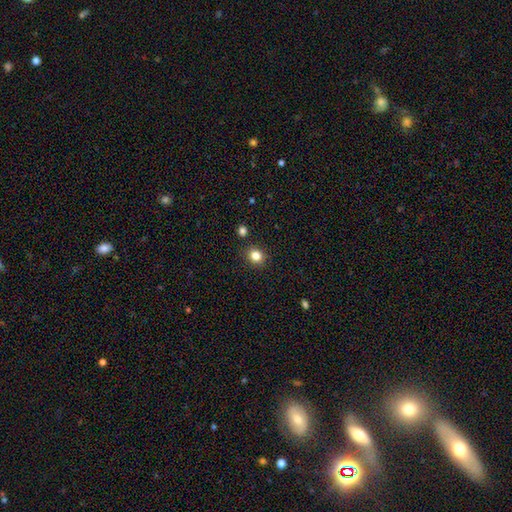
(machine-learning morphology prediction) This is clearly a smooth galaxy (82%). How rounded: likely round (70%). Merging: clearly none (87%).